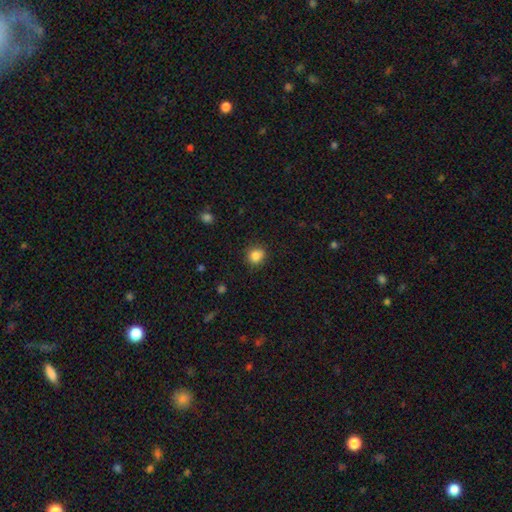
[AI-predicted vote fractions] Smooth or featured: smooth — 85% (star or artifact — 10%)
How rounded: round — 82% (in between — 17%)
Merging: none — 85% (minor disturbance — 11%)